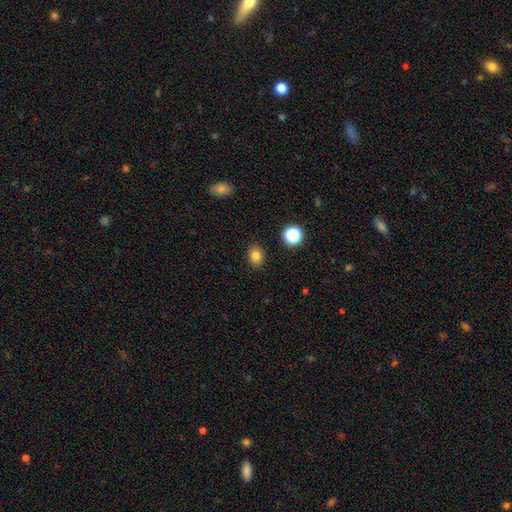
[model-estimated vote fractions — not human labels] This is clearly a smooth galaxy (81%). How rounded: possibly in between (56%). Merging: clearly none (88%).